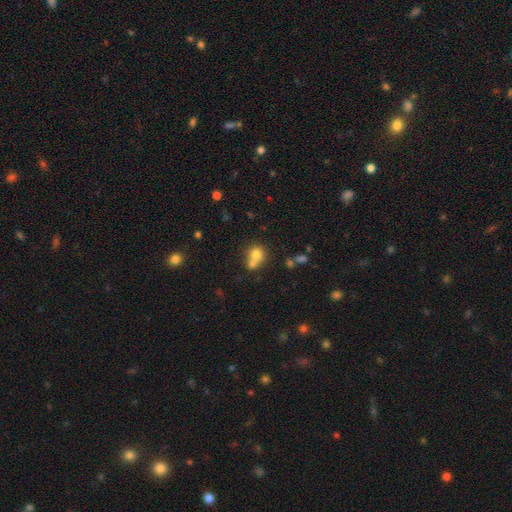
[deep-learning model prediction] smooth-or-featured: smooth: 75% | featured or disk: 13% | star or artifact: 12%
  how-rounded: round: 79% | in between: 20% | cigar-shaped: 1%
  merging: merger: 54% | none: 35% | minor disturbance: 7% | major disturbance: 4%